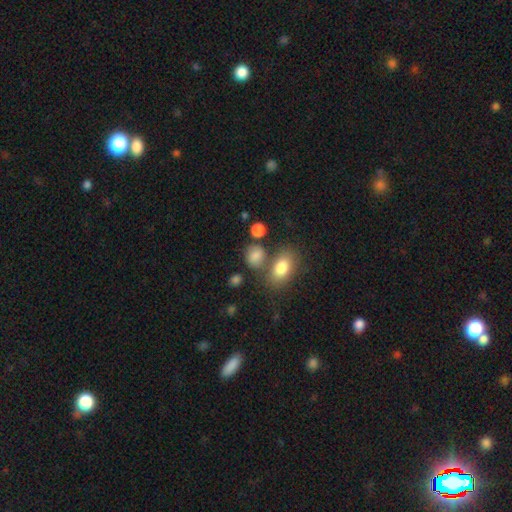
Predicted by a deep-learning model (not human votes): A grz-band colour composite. It shows a smooth galaxy with no disk features (81%) that is round (49%, tied with in between). Merging: none (58%).